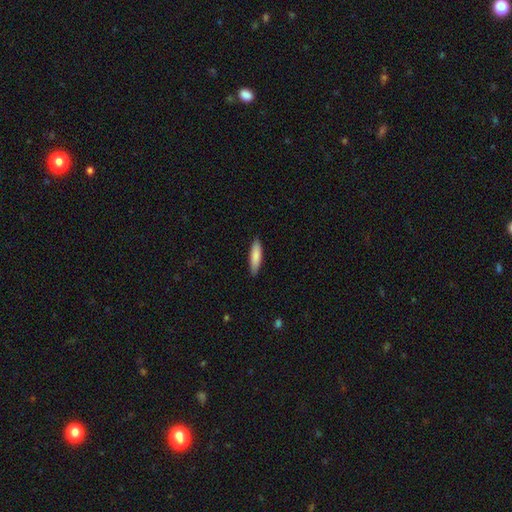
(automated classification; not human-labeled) Smooth or featured?
  - smooth: 84% *
  - featured or disk: 10%
  - star or artifact: 5%
How rounded?
  - cigar-shaped: 65% *
  - in between: 33%
  - round: 1%
Merging?
  - none: 87% *
  - minor disturbance: 10%
  - major disturbance: 2%
  - merger: 1%